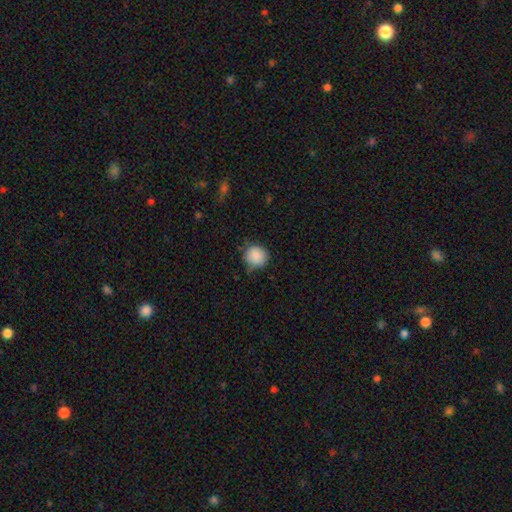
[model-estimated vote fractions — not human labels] smooth_or_featured: smooth (p=0.88) [alt: star or artifact p=0.08]
how_rounded: round (p=0.89) [alt: in between p=0.10]
merging: none (p=0.70) [alt: minor disturbance p=0.24]